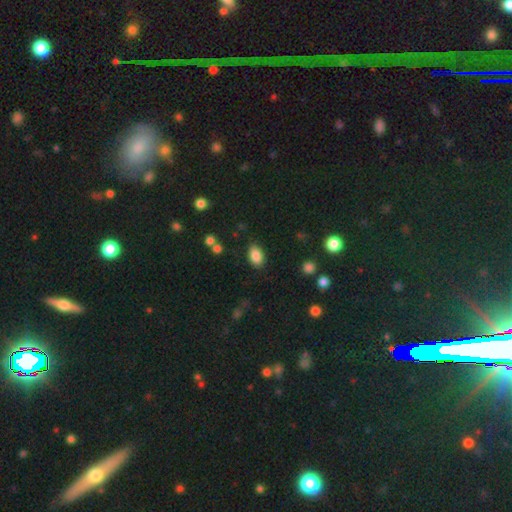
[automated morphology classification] Smooth or featured? Predicted: smooth (p=0.86). How rounded? Predicted: in between (p=0.89). Merging? Predicted: none (p=0.83).